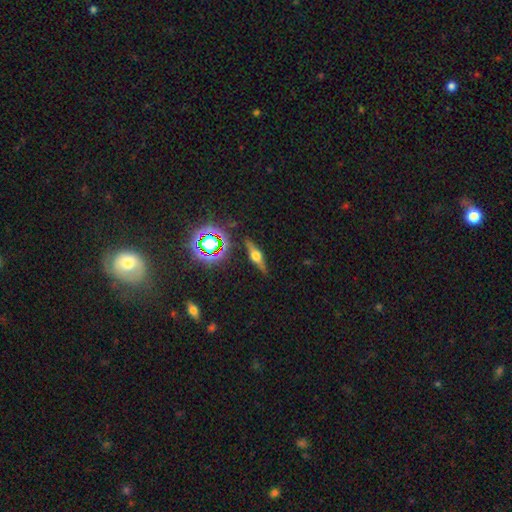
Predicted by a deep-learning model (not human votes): This appears to be a featured or disk galaxy (67%) viewed edge-on (94%) with a rounded central bulge (93%). Merging: none (86%).